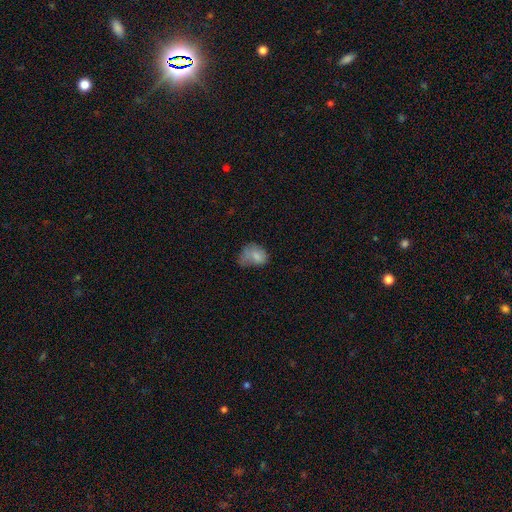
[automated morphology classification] smooth 73%, featured or disk 17%, star or artifact 10%. Down the decision tree: how rounded — in between (70%); merging — minor disturbance (33%).